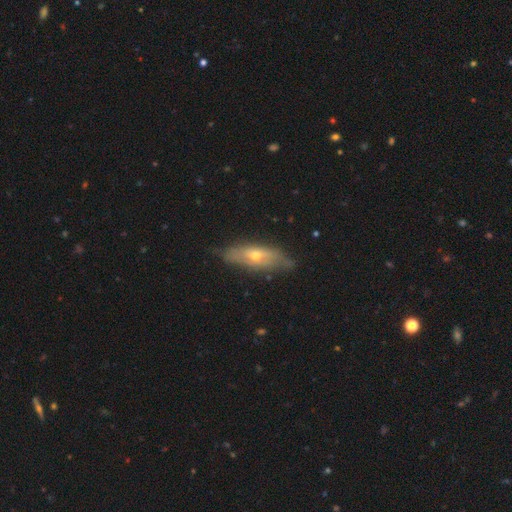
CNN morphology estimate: A featured or disk galaxy (55%) viewed edge-on (51%). Merging: none (75%).